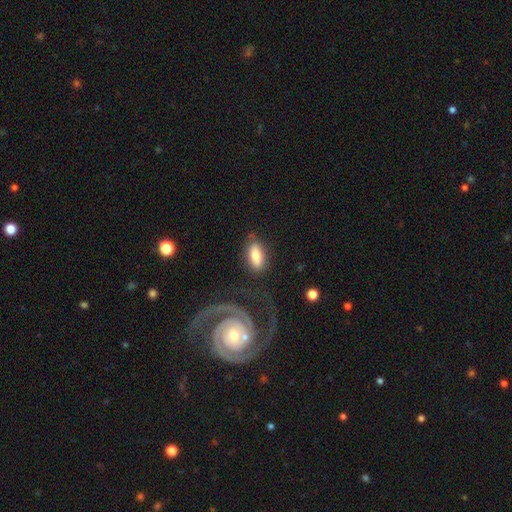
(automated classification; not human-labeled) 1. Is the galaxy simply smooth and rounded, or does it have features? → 75% smooth, 19% featured or disk, 6% star or artifact.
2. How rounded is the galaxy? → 85% in between, 12% cigar-shaped, 3% round.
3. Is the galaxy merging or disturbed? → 70% none, 17% minor disturbance, 8% major disturbance, 5% merger.